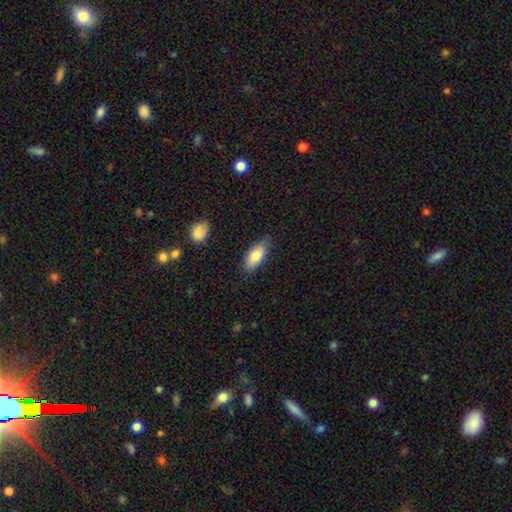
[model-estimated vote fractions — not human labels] Smooth or featured? smooth (79%)
How rounded? in between (85%)
Merging? none (81%)